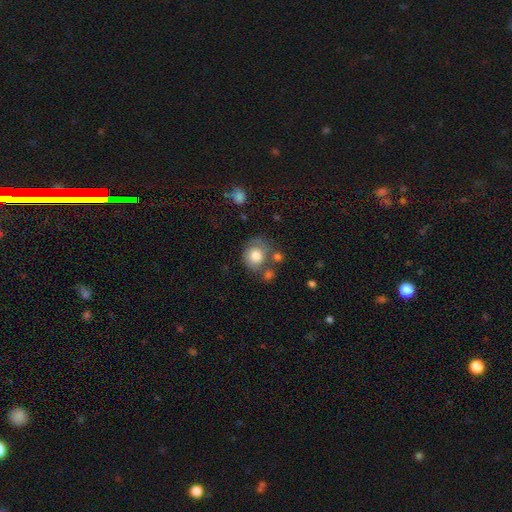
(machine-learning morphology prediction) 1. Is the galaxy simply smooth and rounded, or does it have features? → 76% smooth, 16% featured or disk, 8% star or artifact.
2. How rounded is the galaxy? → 75% round, 24% in between, 1% cigar-shaped.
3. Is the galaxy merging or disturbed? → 52% none, 23% minor disturbance, 13% merger, 12% major disturbance.